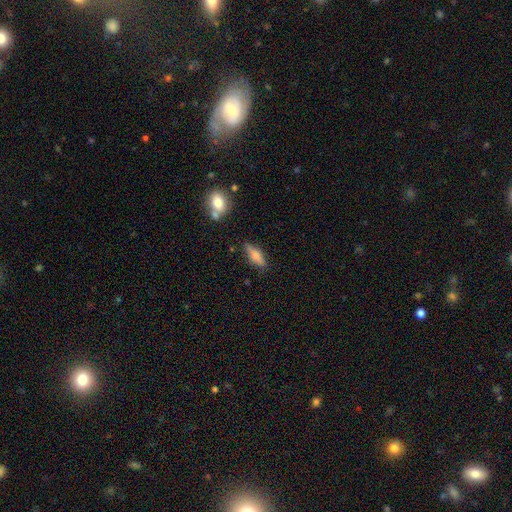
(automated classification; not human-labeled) Overall: smooth (67%). How rounded: in between (53%; cigar-shaped 44%). Merging: none (77%).